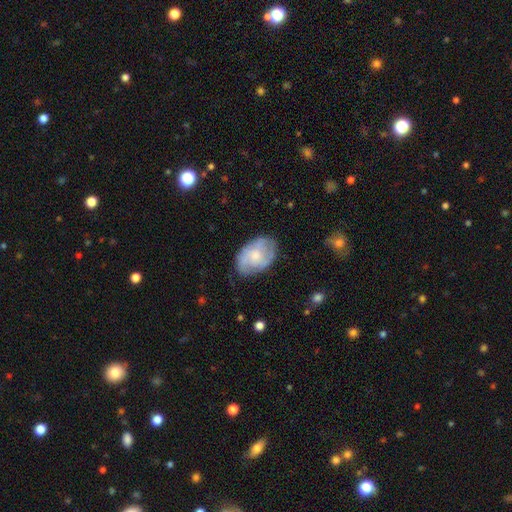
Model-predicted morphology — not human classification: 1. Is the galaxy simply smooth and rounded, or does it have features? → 49% featured or disk, 44% smooth, 6% star or artifact.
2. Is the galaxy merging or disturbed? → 71% none, 21% minor disturbance, 7% major disturbance, 1% merger.